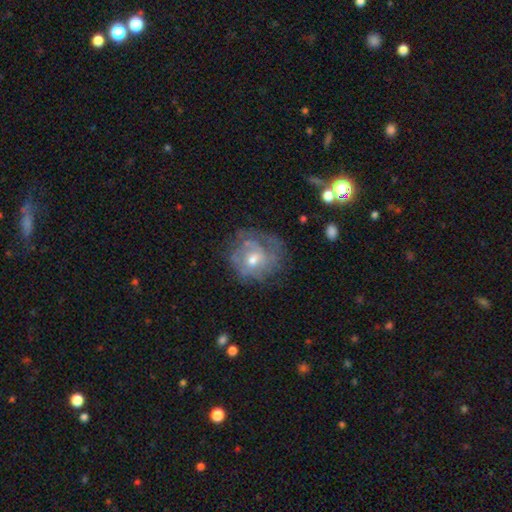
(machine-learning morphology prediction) Smooth or featured?
  - featured or disk: 68% *
  - smooth: 22%
  - star or artifact: 10%
Edge-on disk?
  - no: 97% *
  - yes: 3%
Bar?
  - no: 66% *
  - weak: 29%
  - strong: 5%
Spiral arms?
  - yes: 75% *
  - no: 25%
Bulge size?
  - moderate: 57% *
  - small: 38%
  - large: 3%
  - none: 2%
  - dominant: 1%
Merging?
  - none: 59% *
  - minor disturbance: 22%
  - major disturbance: 17%
  - merger: 2%